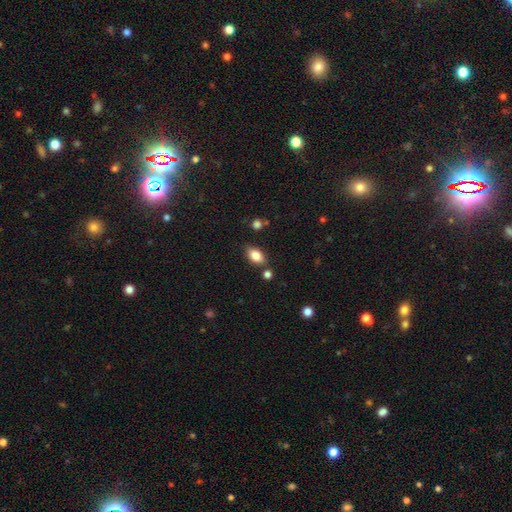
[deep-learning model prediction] Overall: smooth (82%). How rounded: in between (88%). Merging: none (78%).